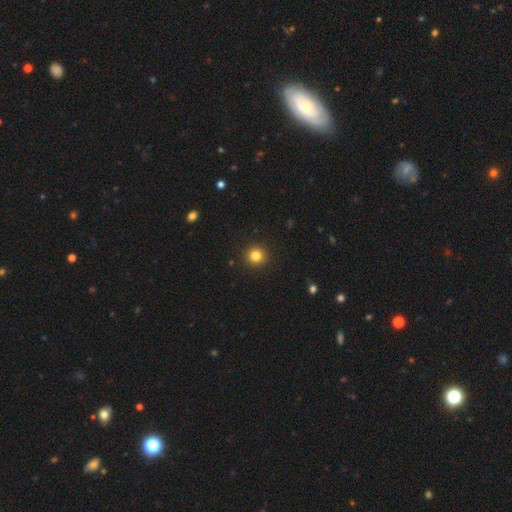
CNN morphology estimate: This appears to be a smooth galaxy with no disk features (83%) that is round (93%). Merging: none (92%).